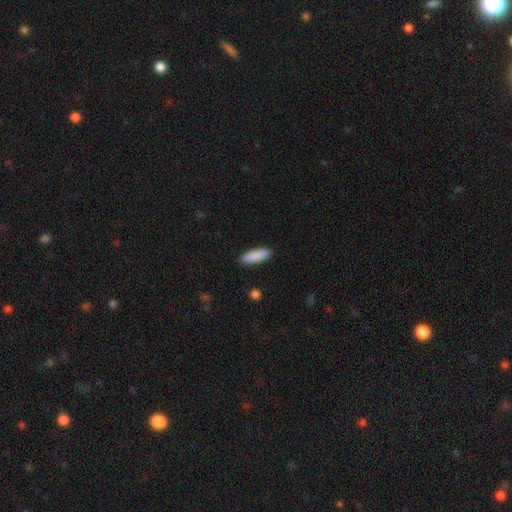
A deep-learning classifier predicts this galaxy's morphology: Smooth or featured? Predicted: smooth (p=0.89). How rounded? Predicted: cigar-shaped (p=0.61). Merging? Predicted: none (p=0.90).